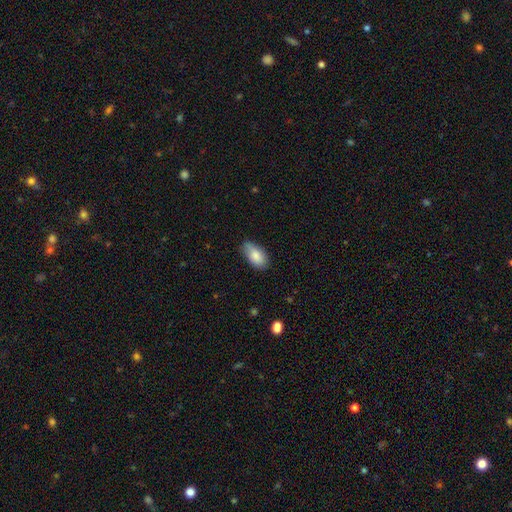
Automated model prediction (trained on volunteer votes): This appears to be a smooth galaxy with no disk features (84%) that is in between round and cigar-shaped (93%). Merging: none (66%).